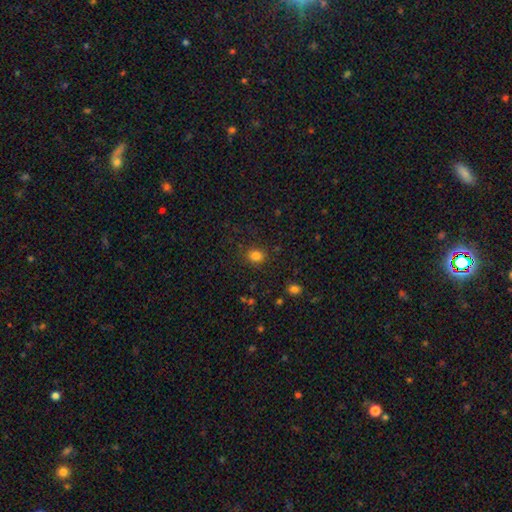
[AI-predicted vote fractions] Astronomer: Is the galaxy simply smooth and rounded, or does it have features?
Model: smooth — 82%.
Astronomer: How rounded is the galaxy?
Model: round — 64%.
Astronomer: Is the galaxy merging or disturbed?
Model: none — 84%.